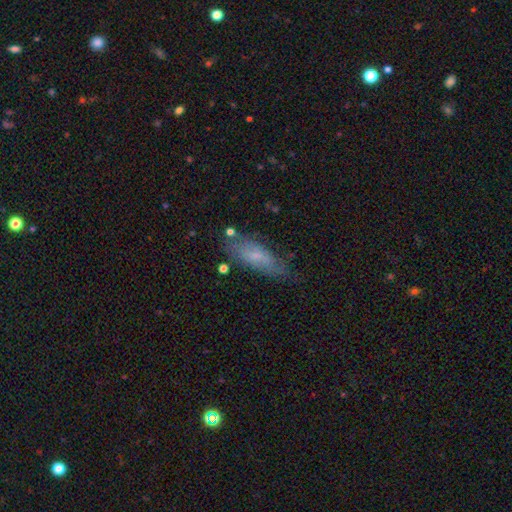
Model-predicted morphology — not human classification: type=smooth (56%); roundness=in between (58%); merging=none (62%).